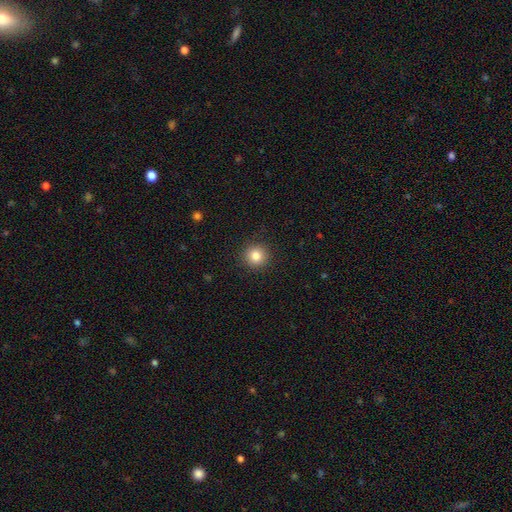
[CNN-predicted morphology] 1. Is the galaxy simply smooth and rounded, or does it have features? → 83% smooth, 11% star or artifact, 6% featured or disk.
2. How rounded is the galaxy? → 93% round, 6% in between, 1% cigar-shaped.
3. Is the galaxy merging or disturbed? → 91% none, 6% minor disturbance, 2% major disturbance, 1% merger.